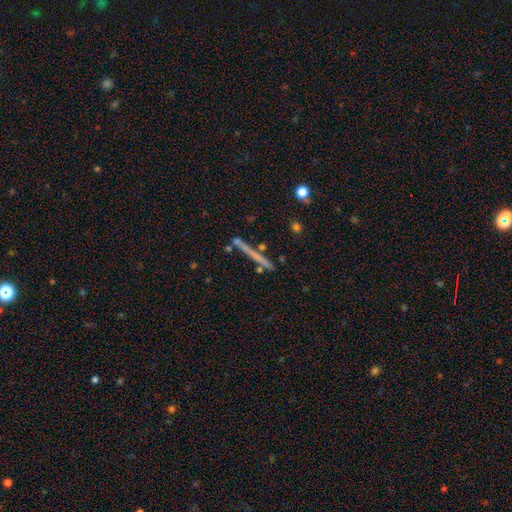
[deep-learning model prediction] Overall: featured or disk (47%; smooth 44%). Merging: none (81%).